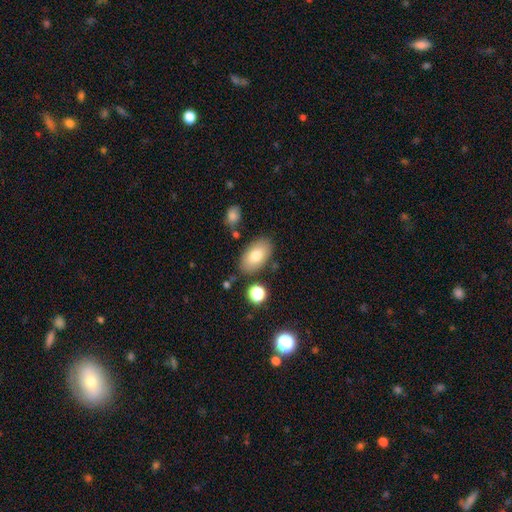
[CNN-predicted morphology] Smooth or featured: smooth — 76% (featured or disk — 17%)
How rounded: in between — 93% (round — 5%)
Merging: none — 80% (minor disturbance — 13%)